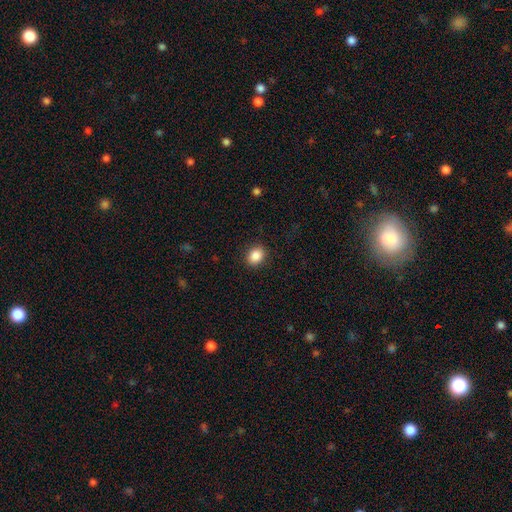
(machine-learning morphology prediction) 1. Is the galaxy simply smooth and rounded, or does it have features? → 87% smooth, 9% star or artifact, 4% featured or disk.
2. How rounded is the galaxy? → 51% round, 48% in between, 1% cigar-shaped.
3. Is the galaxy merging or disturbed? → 89% none, 7% minor disturbance, 2% major disturbance, 1% merger.